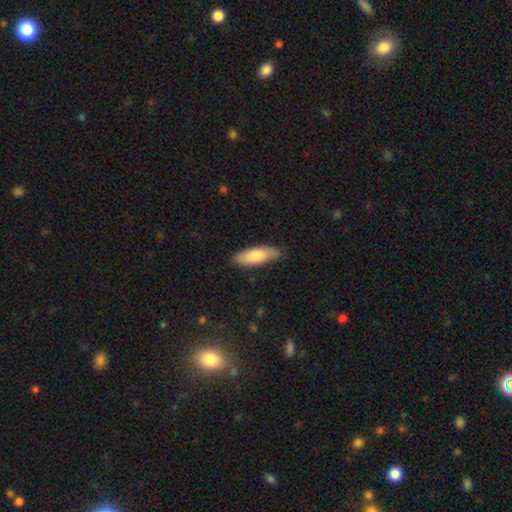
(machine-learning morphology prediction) The model was most divided on "how rounded": in between: 62%, cigar-shaped: 36%, round: 2%. More confident: merging — none (85%); smooth or featured — smooth (80%).